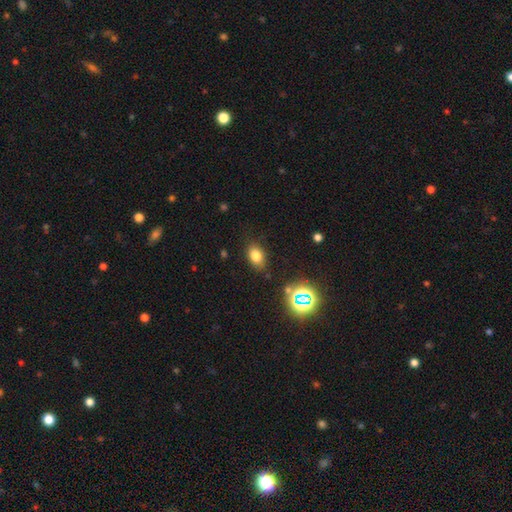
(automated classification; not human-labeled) This appears to be a smooth galaxy with no disk features (74%) that is in between round and cigar-shaped (76%). Merging: none (82%).